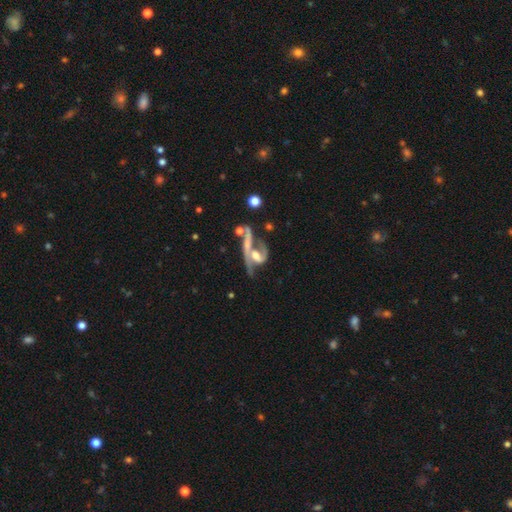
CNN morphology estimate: This is likely a featured or disk galaxy (79%). It is clearly not viewed edge-on (93%). Bar: marginally no (43%). Spiral arm pattern: clearly yes (87%). Spiral arm count: likely 2 (71%). Spiral winding: possibly loose (51%). Central bulge: possibly moderate (56%). Merging: marginally merger (38%).